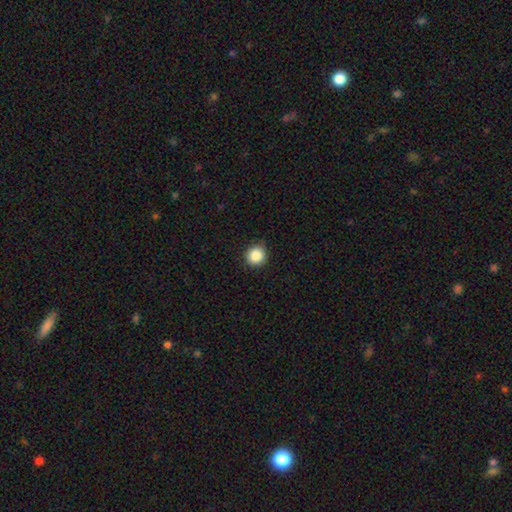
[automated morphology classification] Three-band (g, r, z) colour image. It shows a smooth galaxy with no disk features (86%) that is round (93%). Merging: none (85%).